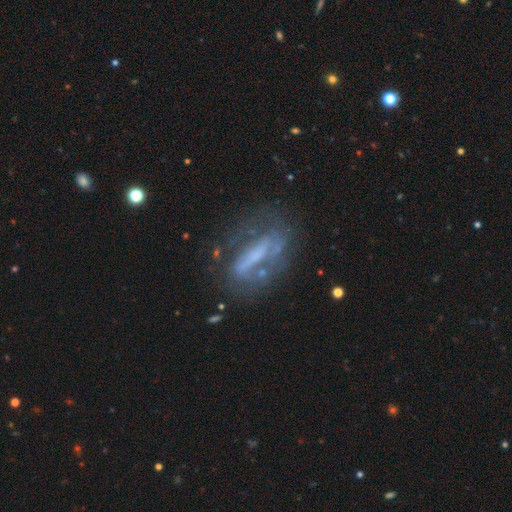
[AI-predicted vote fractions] The model was most divided on "bulge size": none: 38%, small: 36%, moderate: 20%, large: 5%, dominant: 2%. More confident: edge-on disk — no (75%); smooth or featured — featured or disk (68%); merging — none (57%); bar — strong (54%); spiral arms — no (54%).